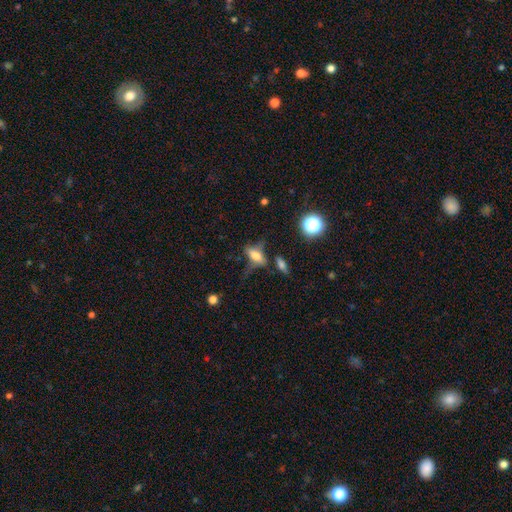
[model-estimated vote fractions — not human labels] smooth-or-featured: smooth: 51% | featured or disk: 35% | star or artifact: 13%
  how-rounded: in between: 77% | cigar-shaped: 14% | round: 9%
  merging: none: 45% | minor disturbance: 25% | major disturbance: 22% | merger: 8%